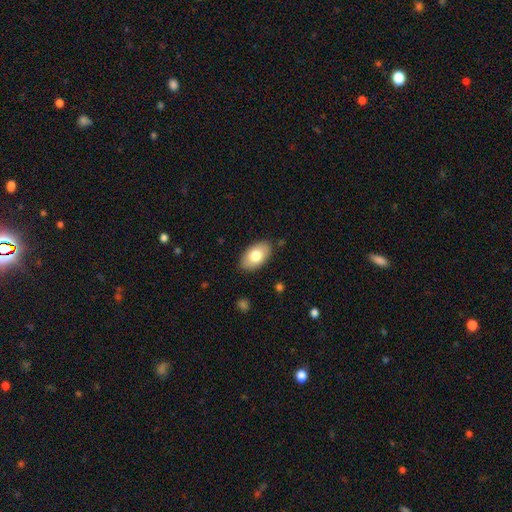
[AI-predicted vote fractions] A smooth galaxy with no disk features (77%) that is in between round and cigar-shaped (94%).

Vote fractions:
- Smooth or featured? smooth: 77% / featured or disk: 17% / star or artifact: 6%
- How rounded? in between: 94% / round: 5% / cigar-shaped: 1%
- Merging? none: 86% / minor disturbance: 10% / major disturbance: 2% / merger: 1%